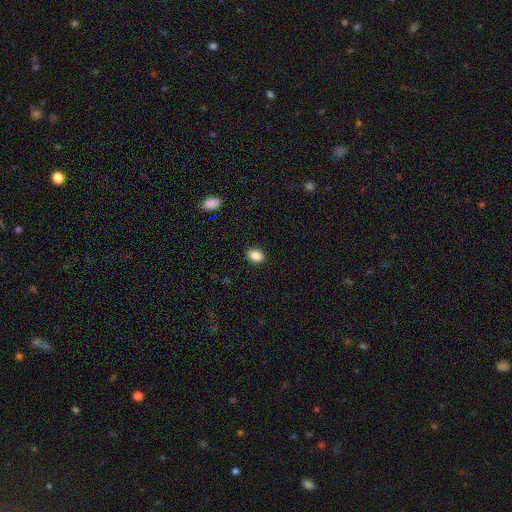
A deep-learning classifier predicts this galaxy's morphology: smooth_or_featured: smooth (p=0.87) [alt: star or artifact p=0.09]
how_rounded: in between (p=0.57) [alt: round p=0.42]
merging: none (p=0.90) [alt: minor disturbance p=0.07]